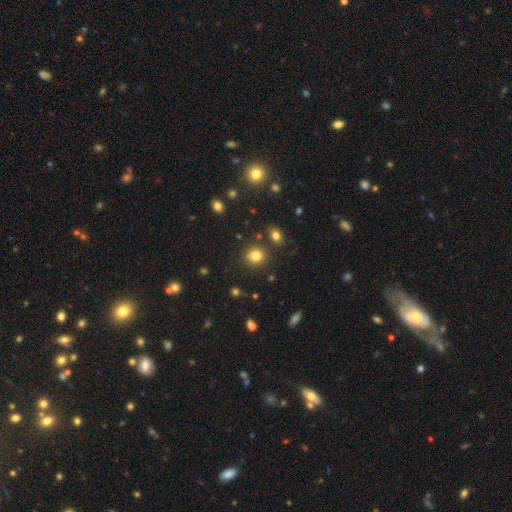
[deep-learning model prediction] Q: Smooth or featured?
A: smooth (80%); runner-up: star or artifact (13%)
Q: How rounded?
A: round (84%); runner-up: in between (15%)
Q: Merging?
A: none (85%); runner-up: minor disturbance (8%)